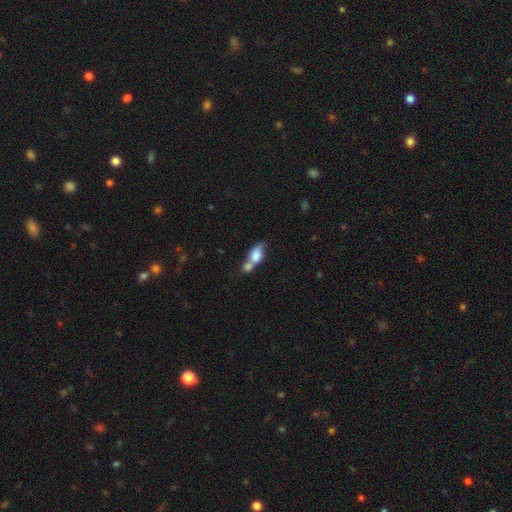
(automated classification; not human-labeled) Smooth or featured?
  - smooth: 69% *
  - featured or disk: 22%
  - star or artifact: 9%
How rounded?
  - in between: 65% *
  - round: 26%
  - cigar-shaped: 9%
Merging?
  - merger: 66% *
  - none: 17%
  - minor disturbance: 9%
  - major disturbance: 8%